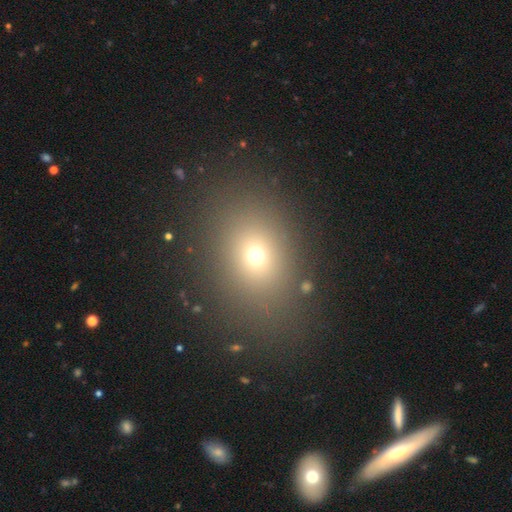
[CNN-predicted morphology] A smooth galaxy with no disk features (67%) that is in between round and cigar-shaped (54%).

Vote fractions:
- Smooth or featured? smooth: 67% / star or artifact: 22% / featured or disk: 11%
- How rounded? in between: 54% / round: 44% / cigar-shaped: 1%
- Merging? none: 84% / minor disturbance: 9% / major disturbance: 5% / merger: 2%